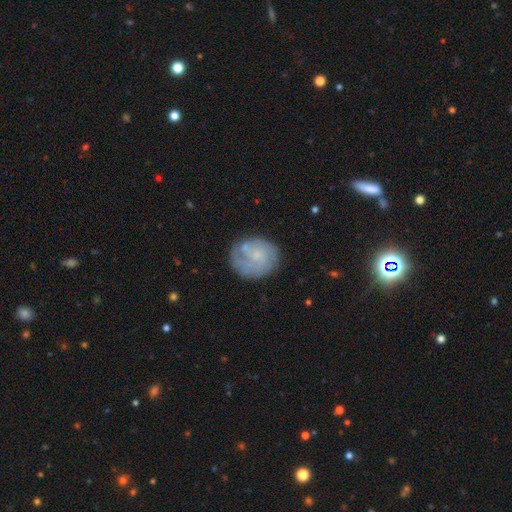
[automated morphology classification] Smooth or featured: featured or disk — 57% (smooth — 36%)
Edge-on disk: no — 98% (yes — 2%)
Bar: no — 77% (weak — 21%)
Spiral arms: yes — 76% (no — 24%)
Bulge size: small — 52% (none — 23%)
Merging: none — 69% (minor disturbance — 19%)